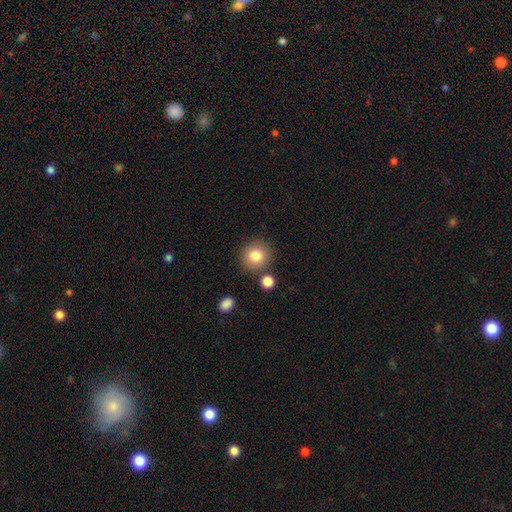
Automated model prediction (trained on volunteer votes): A smooth galaxy with no disk features (83%) that is round (87%).

Vote fractions:
- Smooth or featured? smooth: 83% / star or artifact: 10% / featured or disk: 7%
- How rounded? round: 87% / in between: 12% / cigar-shaped: 1%
- Merging? none: 81% / minor disturbance: 9% / merger: 7% / major disturbance: 3%